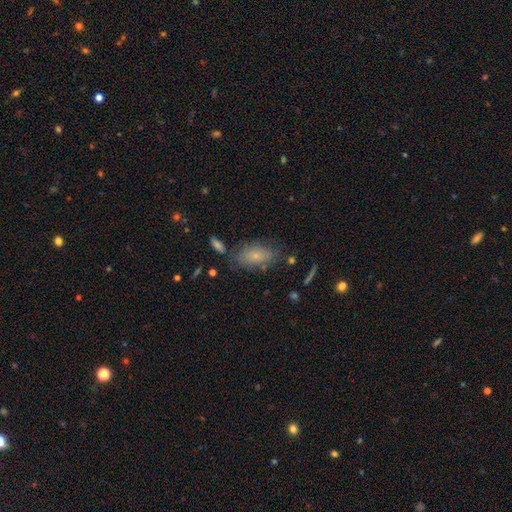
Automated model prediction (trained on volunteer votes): smooth-or-featured: smooth: 72% | featured or disk: 19% | star or artifact: 9%
  how-rounded: in between: 90% | round: 5% | cigar-shaped: 5%
  merging: none: 68% | minor disturbance: 19% | major disturbance: 6% | merger: 6%